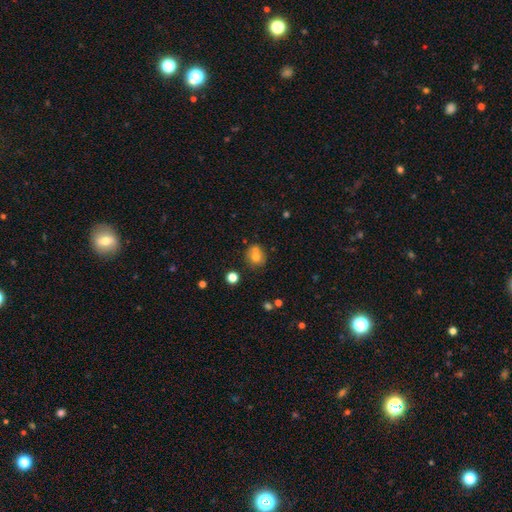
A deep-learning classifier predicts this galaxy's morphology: This appears to be a smooth galaxy with no disk features (68%) that is round (75%). Merging: none (48%).